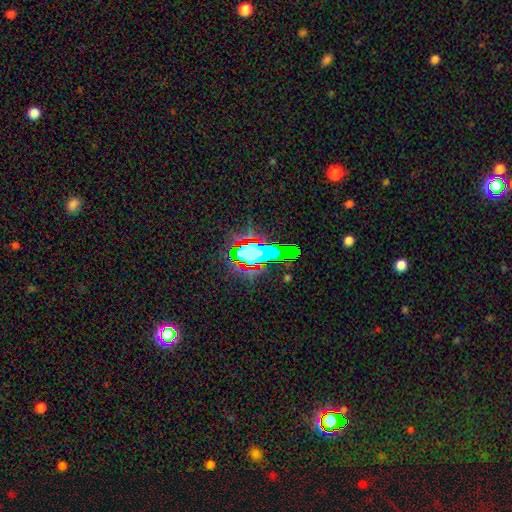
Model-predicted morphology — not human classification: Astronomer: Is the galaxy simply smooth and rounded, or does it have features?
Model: star or artifact — 53%.